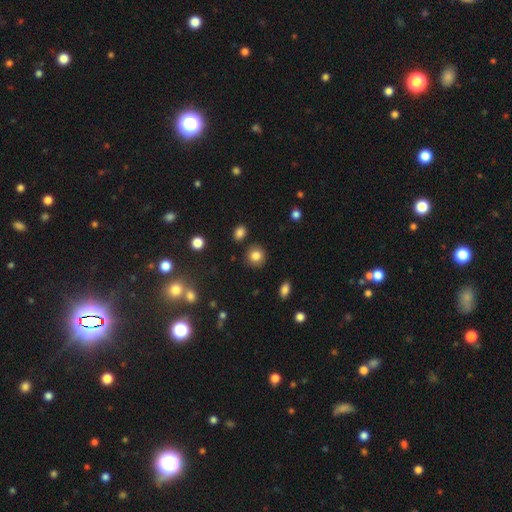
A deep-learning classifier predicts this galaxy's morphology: smooth 83%, star or artifact 10%, featured or disk 7%. Down the decision tree: how rounded — round (86%); merging — none (87%).